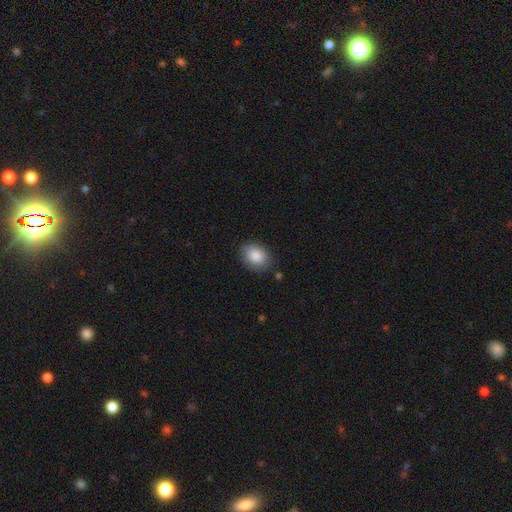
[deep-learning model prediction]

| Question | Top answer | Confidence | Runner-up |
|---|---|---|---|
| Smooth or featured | smooth | 87% | star or artifact (7%) |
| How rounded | in between | 68% | round (31%) |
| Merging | none | 83% | minor disturbance (13%) |